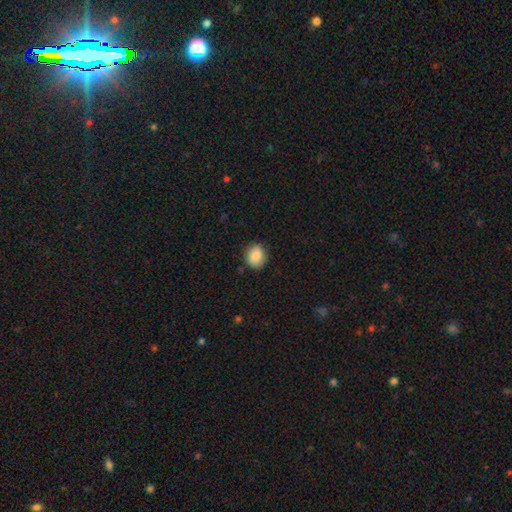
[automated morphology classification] Smooth or featured? Predicted: smooth (p=0.85). How rounded? Predicted: round (p=0.72). Merging? Predicted: none (p=0.84).